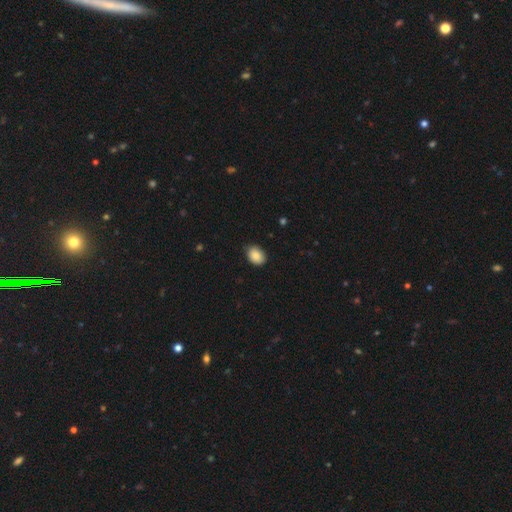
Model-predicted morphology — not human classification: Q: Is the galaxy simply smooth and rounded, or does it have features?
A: smooth — 88%.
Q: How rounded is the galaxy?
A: in between — 69%.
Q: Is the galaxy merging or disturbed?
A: none — 85%.